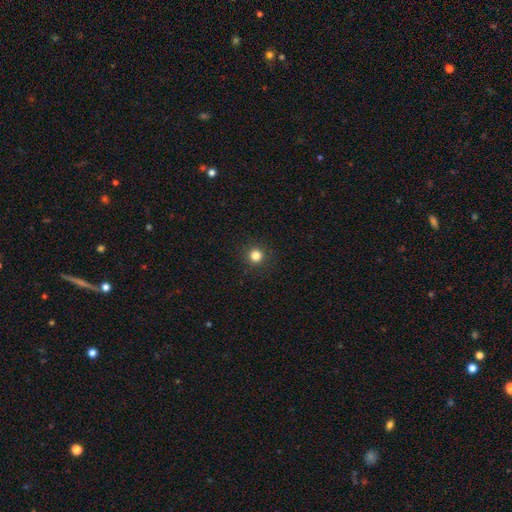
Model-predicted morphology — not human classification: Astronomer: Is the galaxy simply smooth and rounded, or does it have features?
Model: smooth — 82%.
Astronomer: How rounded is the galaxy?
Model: round — 95%.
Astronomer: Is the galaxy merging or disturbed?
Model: none — 92%.